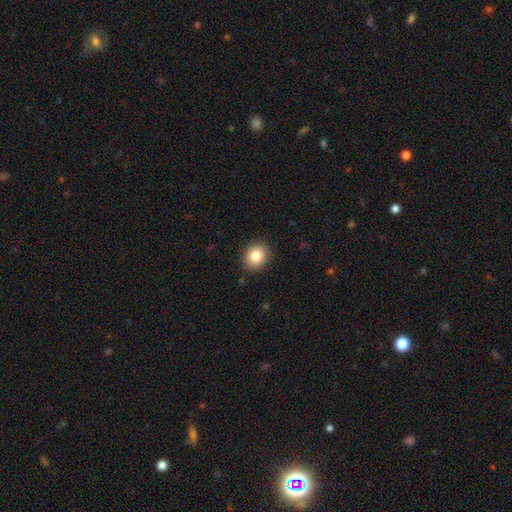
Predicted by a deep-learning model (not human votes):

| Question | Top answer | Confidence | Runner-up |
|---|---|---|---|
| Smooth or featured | smooth | 84% | star or artifact (9%) |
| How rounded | round | 70% | in between (29%) |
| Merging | none | 89% | minor disturbance (8%) |